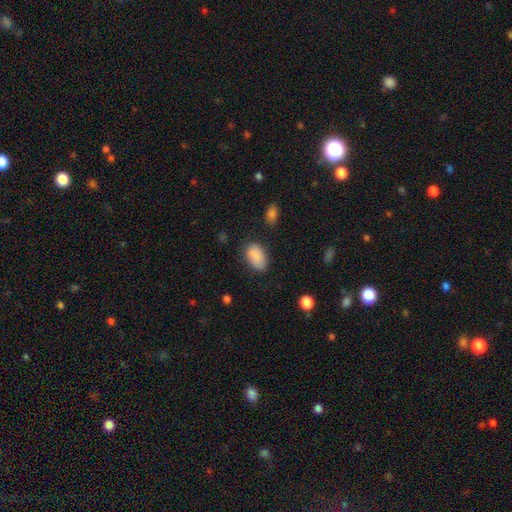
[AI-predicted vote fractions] smooth 87%, star or artifact 7%, featured or disk 7%. Down the decision tree: how rounded — in between (93%); merging — none (78%).